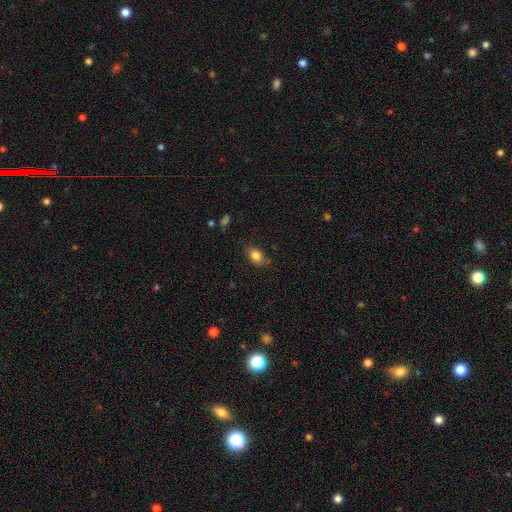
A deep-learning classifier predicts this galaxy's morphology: A smooth galaxy with no disk features (83%) that is in between round and cigar-shaped (73%). Merging: none (77%).